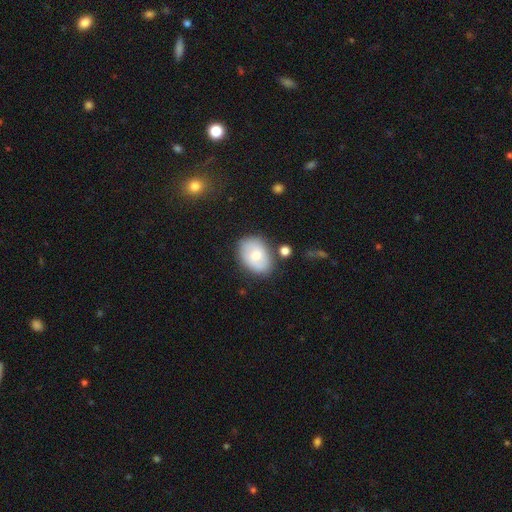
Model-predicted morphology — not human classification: Q: Smooth or featured?
A: smooth (62%); runner-up: featured or disk (31%)
Q: How rounded?
A: in between (73%); runner-up: round (26%)
Q: Merging?
A: none (74%); runner-up: minor disturbance (16%)